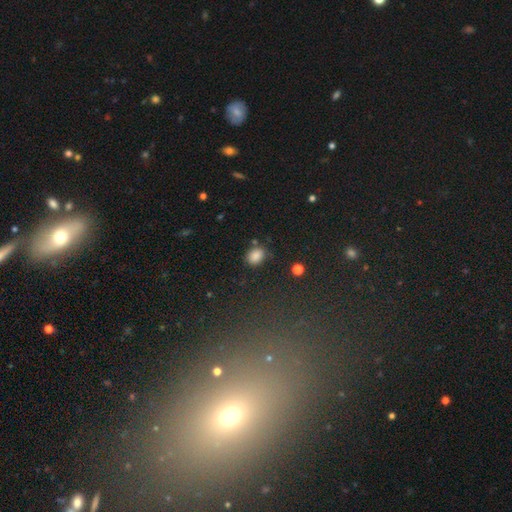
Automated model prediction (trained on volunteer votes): This appears to be a smooth galaxy with no disk features (85%) that is in between round and cigar-shaped (54%). Merging: none (77%).